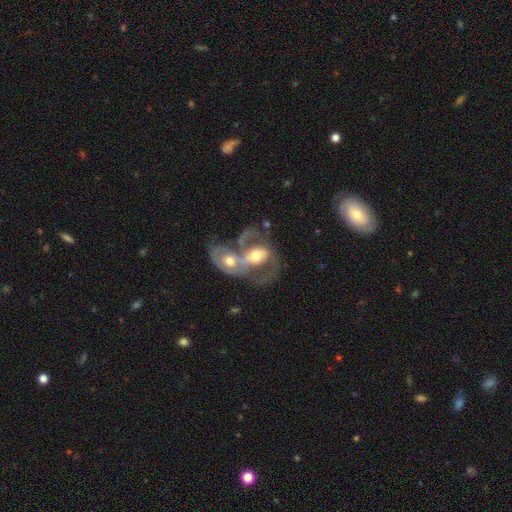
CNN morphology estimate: A featured or disk galaxy (73%) with no bar (54%), 2 (67%) medium (45%) spiral arms (73%) and a moderate central bulge (68%). Merging: merger (75%).